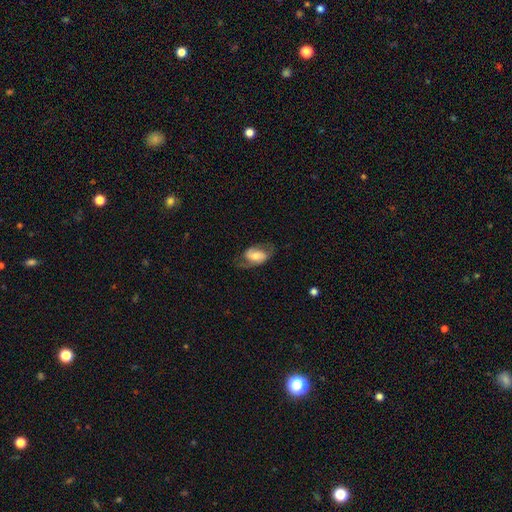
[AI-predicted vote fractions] The model was most divided on "bar" (2-way tie): weak: 39%, no: 39%, strong: 22%. More confident: edge-on disk — no (94%); spiral arms — yes (80%); merging — none (61%); smooth or featured — featured or disk (54%); bulge size — moderate (54%).